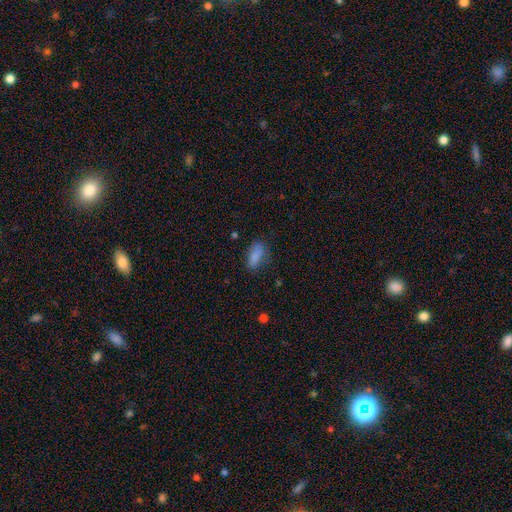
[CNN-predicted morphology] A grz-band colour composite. It shows a smooth galaxy with no disk features (83%) that is in between round and cigar-shaped (82%). Merging: none (66%).